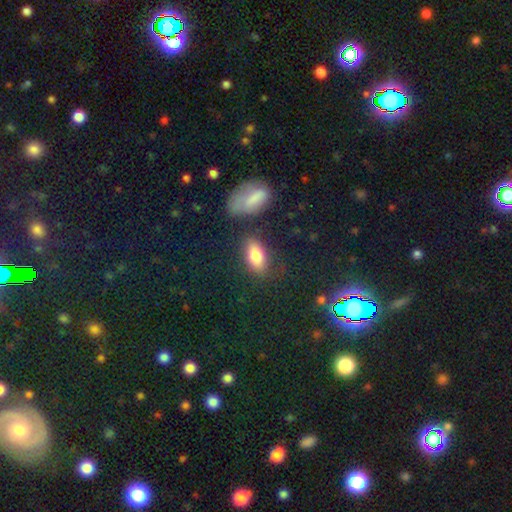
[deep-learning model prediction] A smooth galaxy with no disk features (80%) that is in between round and cigar-shaped (87%).

Vote fractions:
- Smooth or featured? smooth: 80% / featured or disk: 12% / star or artifact: 8%
- How rounded? in between: 87% / cigar-shaped: 7% / round: 6%
- Merging? none: 74% / minor disturbance: 14% / merger: 7% / major disturbance: 5%